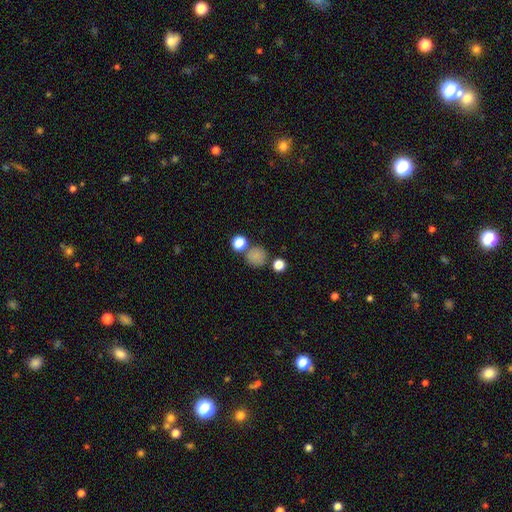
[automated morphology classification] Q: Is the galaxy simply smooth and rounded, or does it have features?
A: smooth — 79%.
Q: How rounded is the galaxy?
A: round — 87%.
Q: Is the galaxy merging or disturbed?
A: none — 70%.